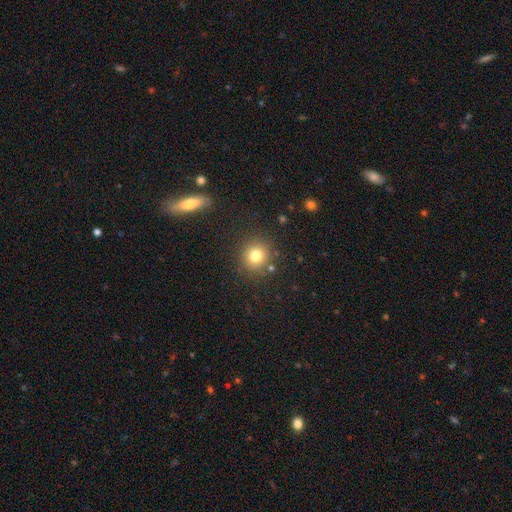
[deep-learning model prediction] This appears to be a smooth galaxy with no disk features (78%) that is round (90%). Merging: none (85%).